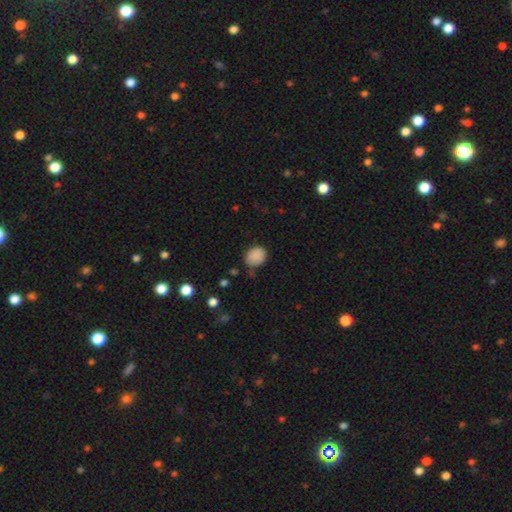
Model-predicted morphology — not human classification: Q: Smooth or featured?
A: smooth (87%); runner-up: star or artifact (9%)
Q: How rounded?
A: round (63%); runner-up: in between (36%)
Q: Merging?
A: none (67%); runner-up: minor disturbance (25%)